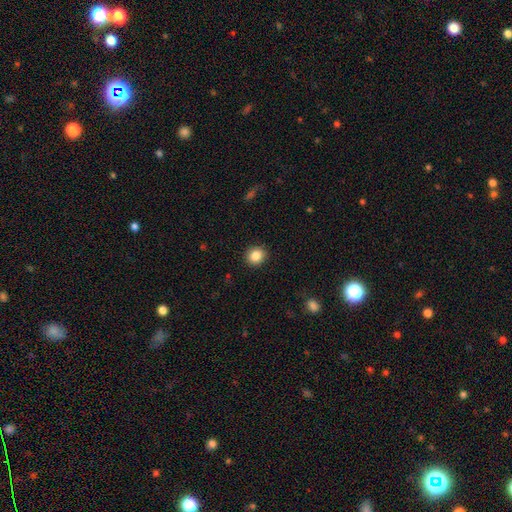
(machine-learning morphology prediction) Smooth or featured?
  - smooth: 86% *
  - star or artifact: 10%
  - featured or disk: 5%
How rounded?
  - round: 84% *
  - in between: 15%
  - cigar-shaped: 1%
Merging?
  - none: 91% *
  - minor disturbance: 6%
  - major disturbance: 2%
  - merger: 1%